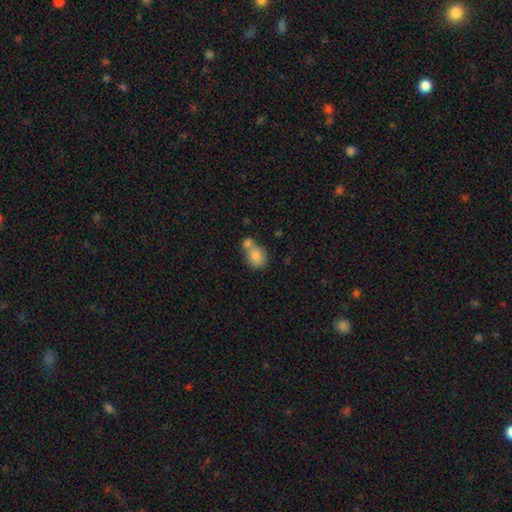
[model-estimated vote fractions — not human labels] The model was most divided on "how rounded": in between: 50%, round: 48%, cigar-shaped: 1%. Remaining: smooth or featured — smooth (82%); merging — merger (48%).